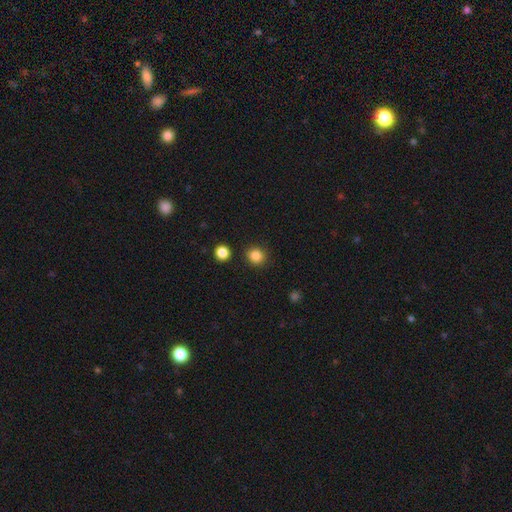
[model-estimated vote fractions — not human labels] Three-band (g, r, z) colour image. It shows a smooth galaxy with no disk features (85%) that is round (88%). Merging: none (89%).